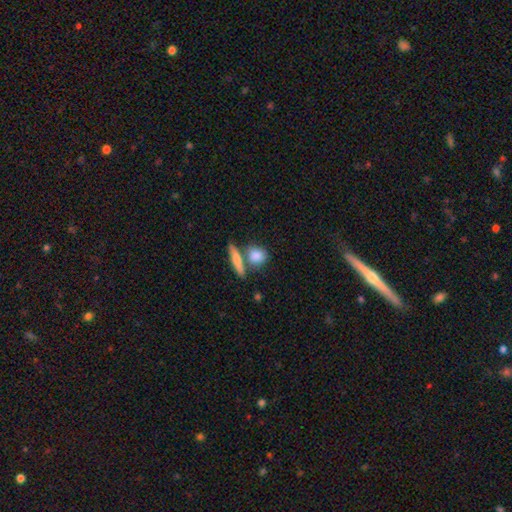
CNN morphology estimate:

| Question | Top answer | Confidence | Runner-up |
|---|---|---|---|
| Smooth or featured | smooth | 81% | featured or disk (13%) |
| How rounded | round | 49% | in between (35%) |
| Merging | none | 54% | merger (29%) |